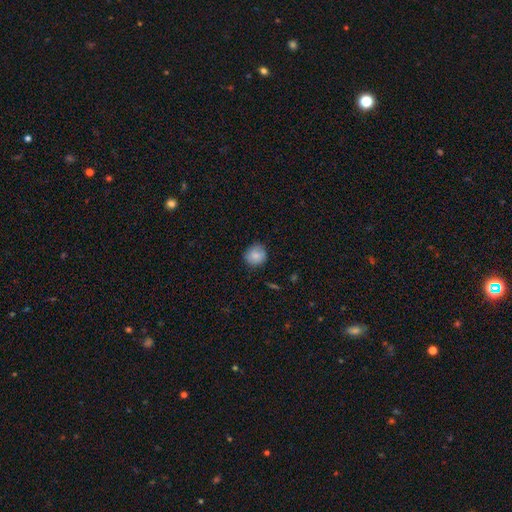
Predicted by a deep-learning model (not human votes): The model was most divided on "merging": none: 80%, minor disturbance: 16%, major disturbance: 3%, merger: 1%. More confident: how rounded — round (86%); smooth or featured — smooth (83%).